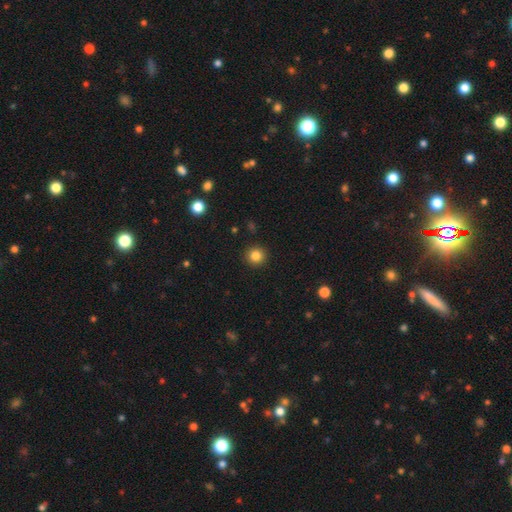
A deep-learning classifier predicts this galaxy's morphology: Overall: smooth (84%). How rounded: round (94%). Merging: none (93%).